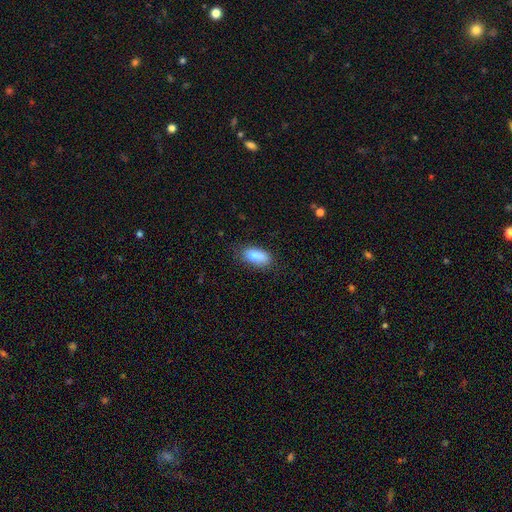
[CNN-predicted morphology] smooth-or-featured: smooth: 86% | featured or disk: 7% | star or artifact: 7%
  how-rounded: in between: 88% | cigar-shaped: 9% | round: 3%
  merging: none: 73% | minor disturbance: 21% | major disturbance: 5% | merger: 2%